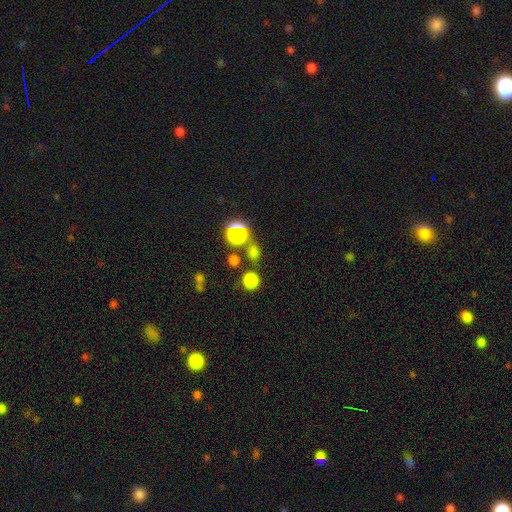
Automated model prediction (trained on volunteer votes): Overall: smooth (63%; star or artifact 30%). How rounded: round (80%). Merging: none (70%).